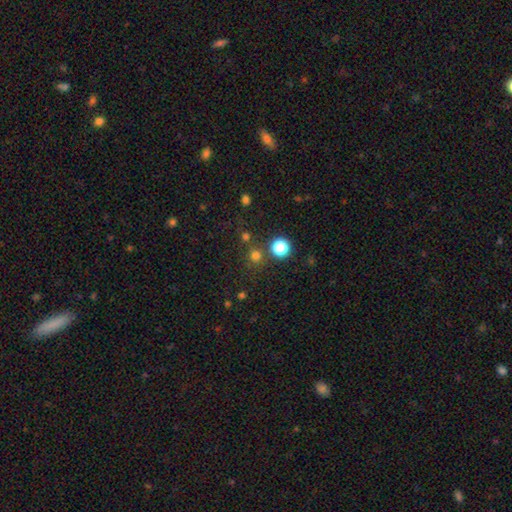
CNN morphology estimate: smooth_or_featured: smooth (p=0.71) [alt: star or artifact p=0.24]
how_rounded: round (p=0.92) [alt: in between p=0.07]
merging: none (p=0.78) [alt: merger p=0.11]